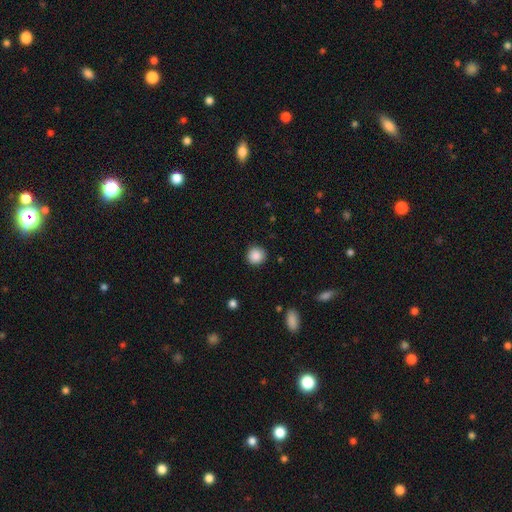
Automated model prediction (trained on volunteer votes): smooth 88%, star or artifact 9%, featured or disk 3%. Down the decision tree: how rounded — round (93%); merging — none (90%).